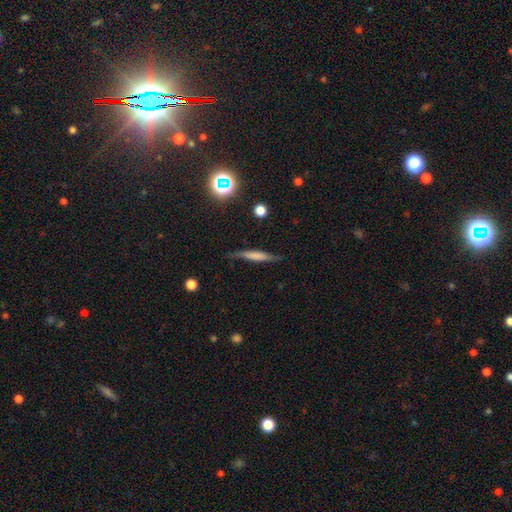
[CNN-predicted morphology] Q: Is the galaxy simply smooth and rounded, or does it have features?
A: smooth — 50%.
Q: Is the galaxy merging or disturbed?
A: none — 77%.